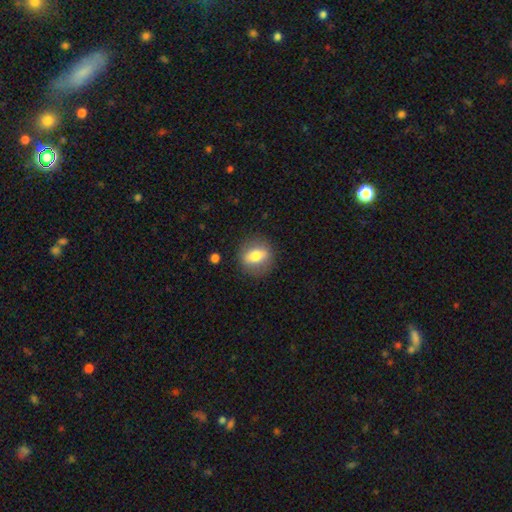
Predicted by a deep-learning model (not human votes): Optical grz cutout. It shows a smooth galaxy with no disk features (63%) that is round (57%). Merging: none (86%).